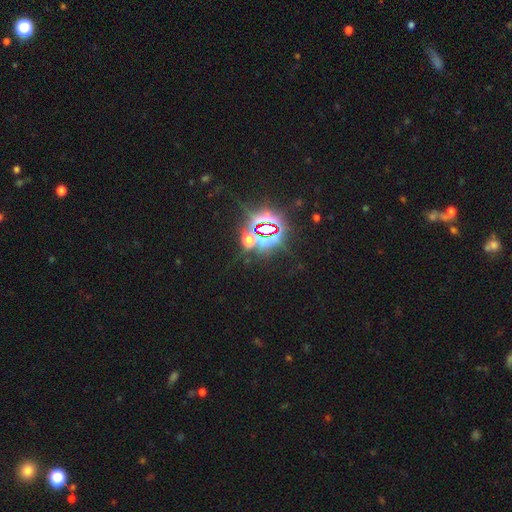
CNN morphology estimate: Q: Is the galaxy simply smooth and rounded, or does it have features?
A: star or artifact — 82%.